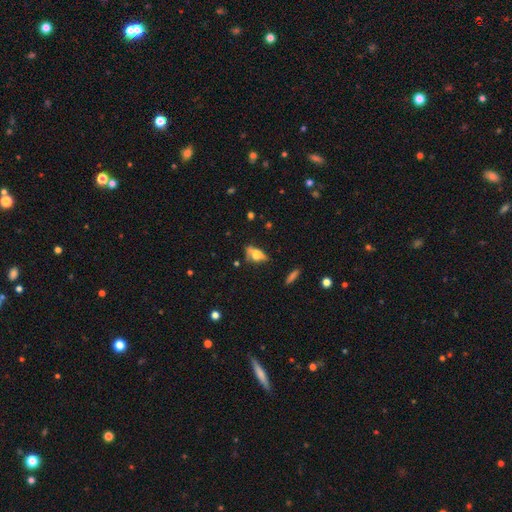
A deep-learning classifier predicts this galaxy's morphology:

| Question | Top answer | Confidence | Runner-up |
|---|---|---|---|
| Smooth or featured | smooth | 52% | featured or disk (36%) |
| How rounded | in between | 74% | cigar-shaped (17%) |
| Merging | none | 45% | minor disturbance (28%) |